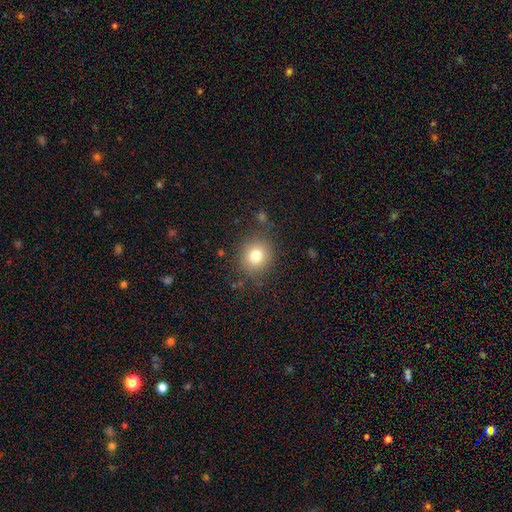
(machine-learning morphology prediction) type=smooth (78%); roundness=round (86%); merging=none (85%).